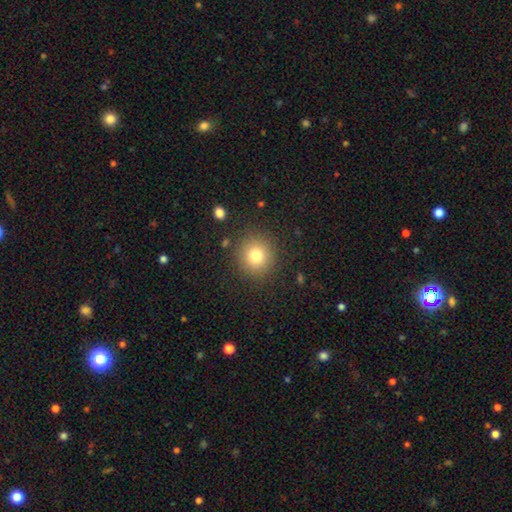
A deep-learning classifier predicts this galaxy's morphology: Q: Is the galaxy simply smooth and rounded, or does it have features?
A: smooth — 78%.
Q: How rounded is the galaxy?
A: round — 92%.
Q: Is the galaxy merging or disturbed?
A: none — 88%.